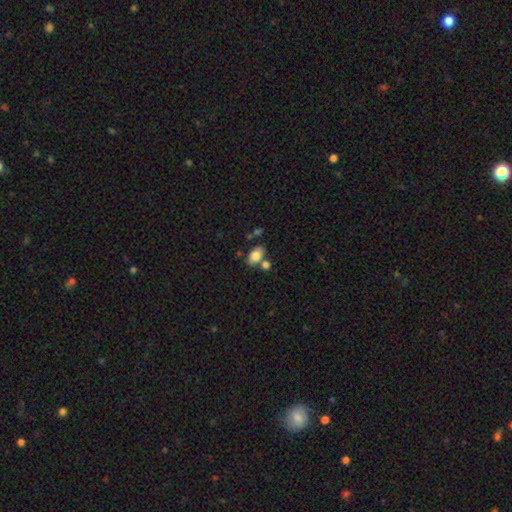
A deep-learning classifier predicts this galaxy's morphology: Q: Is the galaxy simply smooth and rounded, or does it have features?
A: smooth — 81%.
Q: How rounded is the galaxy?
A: in between — 90%.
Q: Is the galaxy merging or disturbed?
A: none — 61%.